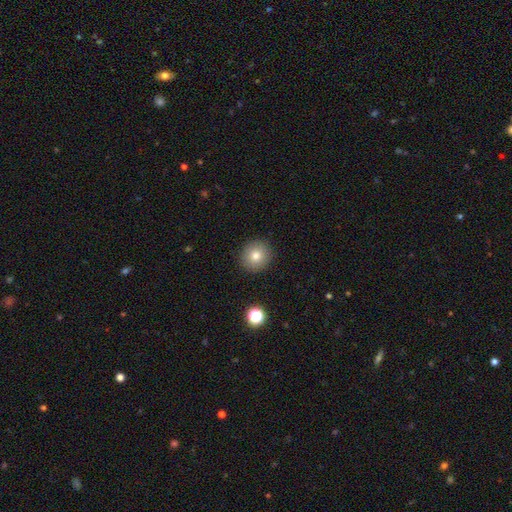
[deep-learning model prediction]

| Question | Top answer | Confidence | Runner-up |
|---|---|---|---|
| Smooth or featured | smooth | 79% | star or artifact (11%) |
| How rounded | round | 90% | in between (9%) |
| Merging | none | 91% | minor disturbance (6%) |